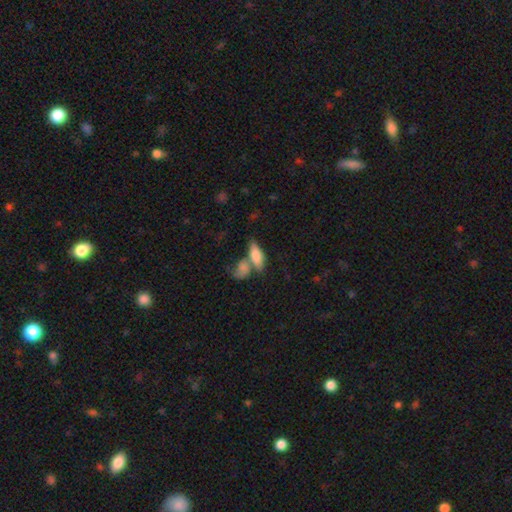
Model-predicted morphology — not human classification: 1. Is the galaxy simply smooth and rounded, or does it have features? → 66% smooth, 26% featured or disk, 7% star or artifact.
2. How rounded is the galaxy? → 62% in between, 34% cigar-shaped, 4% round.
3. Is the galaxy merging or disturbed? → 44% none, 38% merger, 12% minor disturbance, 6% major disturbance.